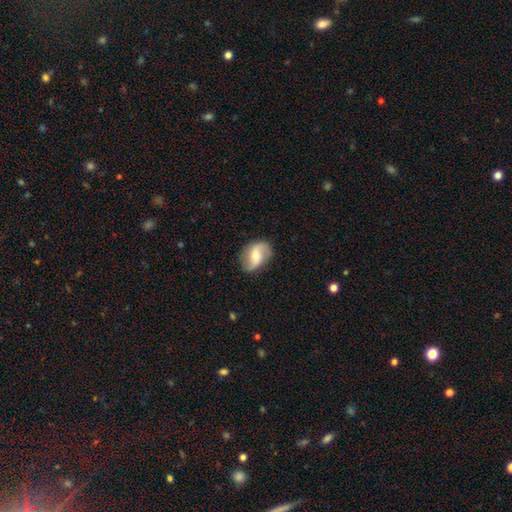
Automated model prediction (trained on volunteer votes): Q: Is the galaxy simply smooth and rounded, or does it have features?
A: featured or disk — 69%.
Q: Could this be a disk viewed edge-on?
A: no — 96%.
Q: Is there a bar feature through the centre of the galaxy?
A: weak — 41%.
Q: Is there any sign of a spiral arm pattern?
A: yes — 91%.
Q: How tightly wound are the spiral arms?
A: loose — 67%.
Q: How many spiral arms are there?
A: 2 — 90%.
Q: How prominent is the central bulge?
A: moderate — 52%.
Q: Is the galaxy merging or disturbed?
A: none — 79%.